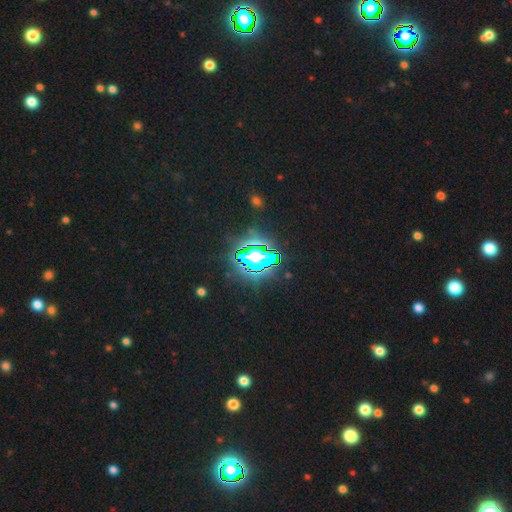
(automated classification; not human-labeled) This appears to be a star or artifact, not a galaxy (75%).